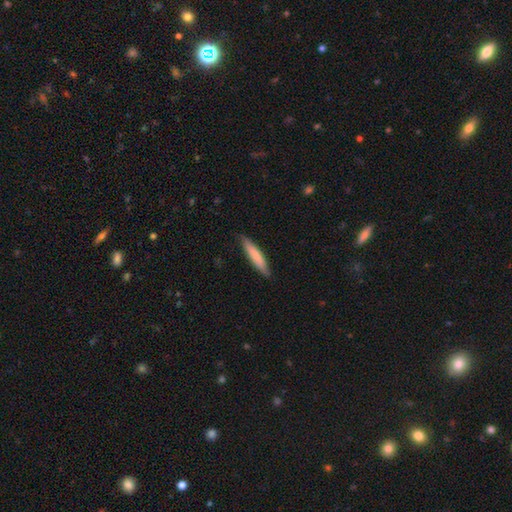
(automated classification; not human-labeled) Overall: smooth (73%). How rounded: cigar-shaped (87%). Merging: none (85%).